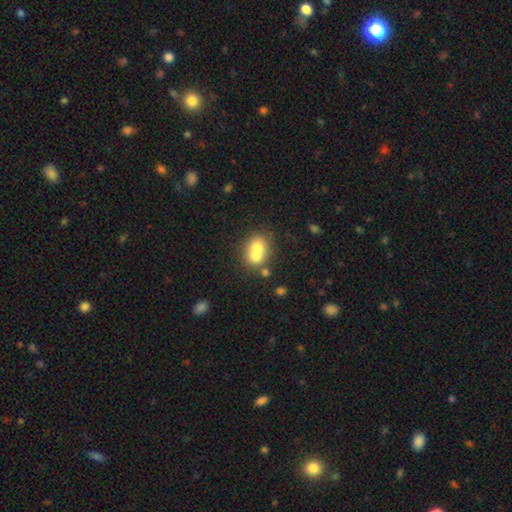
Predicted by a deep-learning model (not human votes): Q: Smooth or featured?
A: smooth (66%); runner-up: featured or disk (23%)
Q: How rounded?
A: round (61%); runner-up: in between (38%)
Q: Merging?
A: merger (61%); runner-up: none (29%)